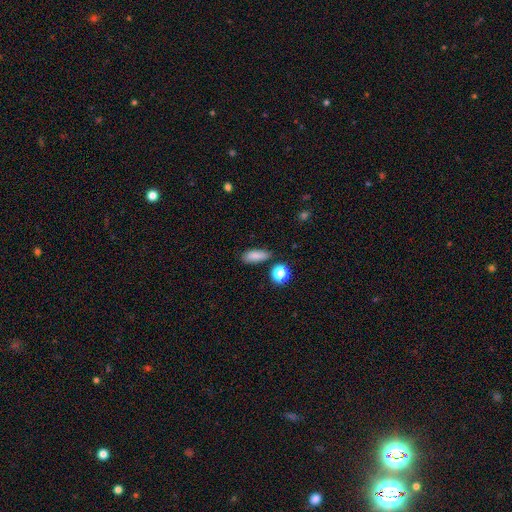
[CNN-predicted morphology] The model was most divided on "how rounded": in between: 74%, cigar-shaped: 21%, round: 6%. More confident: smooth or featured — smooth (84%); merging — none (79%).